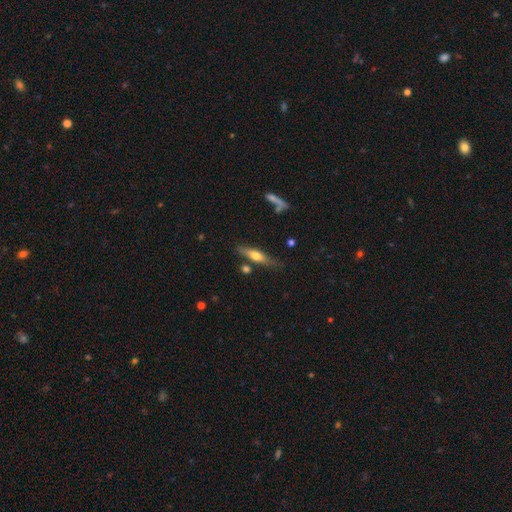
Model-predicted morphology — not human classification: This appears to be a smooth galaxy with no disk features (51%) that is cigar-shaped (70%). Merging: none (71%).